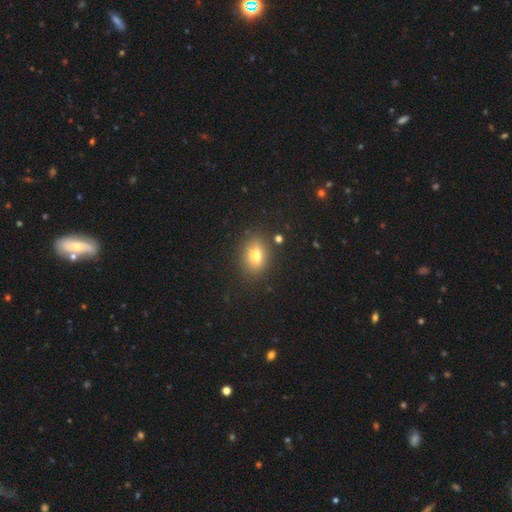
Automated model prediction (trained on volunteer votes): A smooth galaxy with no disk features (70%) that is in between round and cigar-shaped (64%). Merging: none (84%).